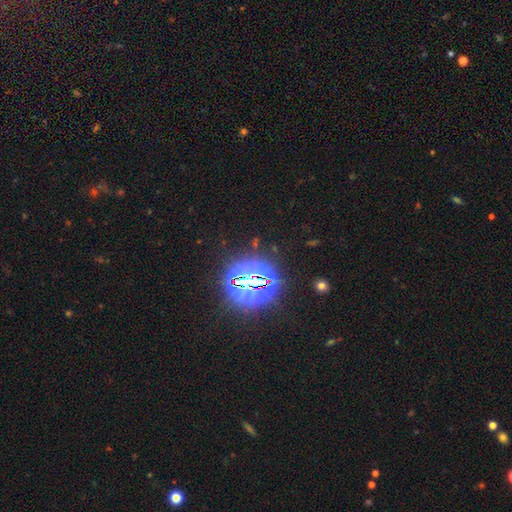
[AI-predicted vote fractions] Smooth or featured? star or artifact (85%)